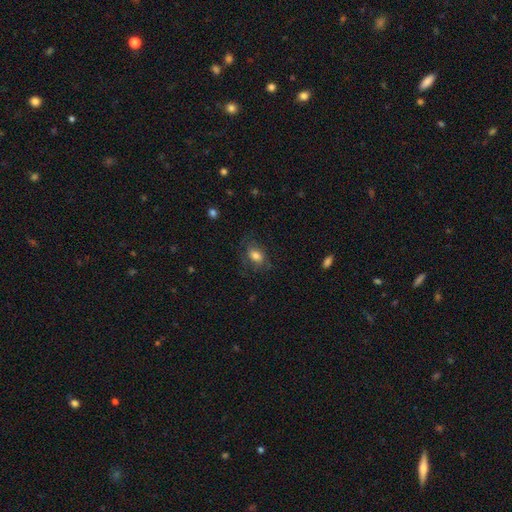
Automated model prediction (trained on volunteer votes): The model was most divided on "merging": none: 63%, minor disturbance: 22%, major disturbance: 14%, merger: 1%. More confident: how rounded — in between (77%); smooth or featured — smooth (73%).